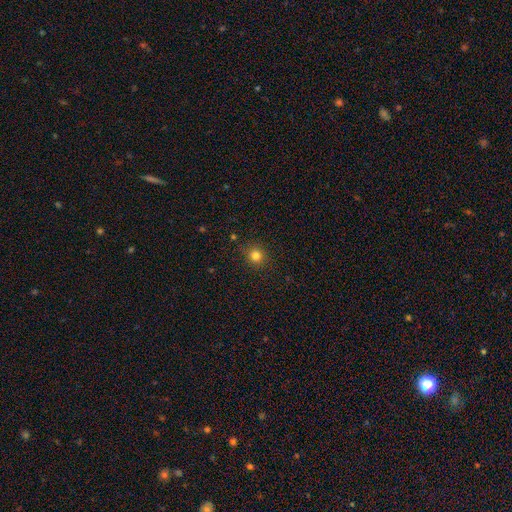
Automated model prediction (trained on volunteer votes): smooth_or_featured: smooth (p=0.80) [alt: star or artifact p=0.14]
how_rounded: round (p=0.91) [alt: in between p=0.08]
merging: none (p=0.89) [alt: minor disturbance p=0.07]